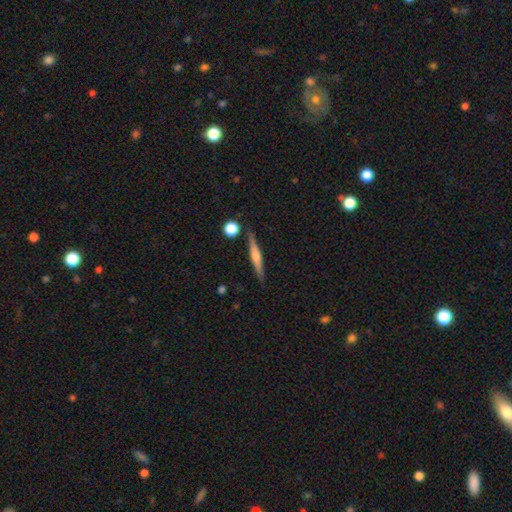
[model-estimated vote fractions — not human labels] This appears to be a featured or disk galaxy (63%) viewed edge-on (97%) with a rounded central bulge (77%). Merging: none (87%).